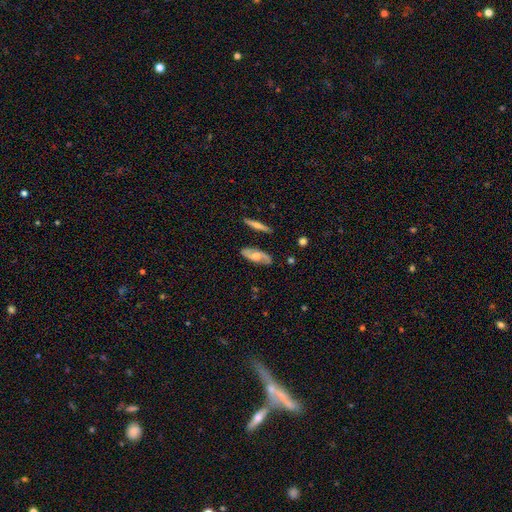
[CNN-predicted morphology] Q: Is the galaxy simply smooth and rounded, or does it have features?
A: featured or disk — 71%.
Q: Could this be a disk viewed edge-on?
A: no — 85%.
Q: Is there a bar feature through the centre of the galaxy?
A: no — 61%.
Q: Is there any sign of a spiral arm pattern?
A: yes — 89%.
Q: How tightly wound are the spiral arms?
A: medium — 46%.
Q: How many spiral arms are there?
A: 2 — 88%.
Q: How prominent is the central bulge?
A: moderate — 59%.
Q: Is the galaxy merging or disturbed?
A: none — 81%.